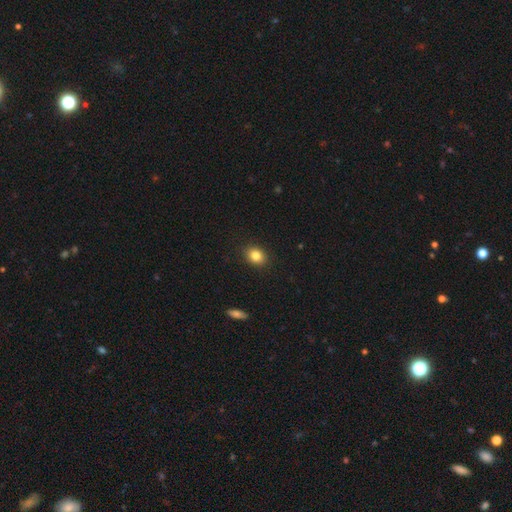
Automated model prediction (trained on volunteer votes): smooth-or-featured: smooth: 84% | star or artifact: 9% | featured or disk: 7%
  how-rounded: in between: 55% | round: 44% | cigar-shaped: 1%
  merging: none: 89% | minor disturbance: 8% | major disturbance: 2% | merger: 1%